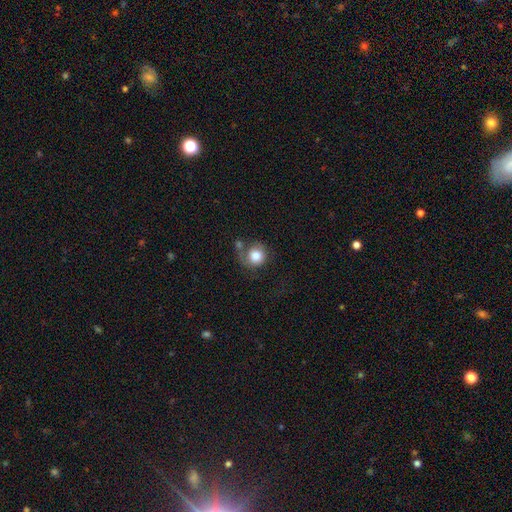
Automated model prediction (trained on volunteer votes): The model was most divided on "merging": none: 49%, minor disturbance: 21%, merger: 17%, major disturbance: 13%. More confident: how rounded — round (87%); smooth or featured — smooth (82%).